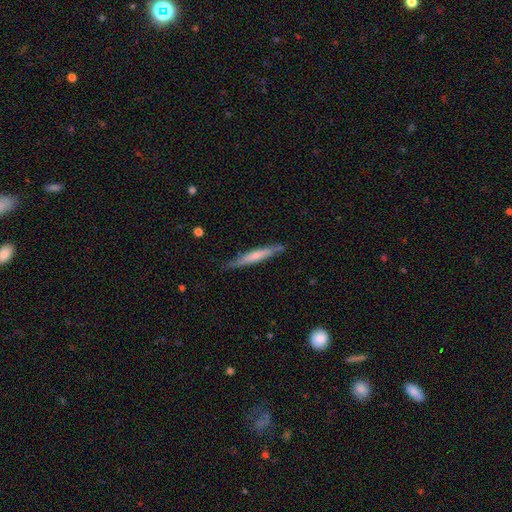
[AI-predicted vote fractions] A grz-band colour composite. It shows a smooth galaxy with no disk features (53%) that is cigar-shaped (94%). Merging: none (79%).